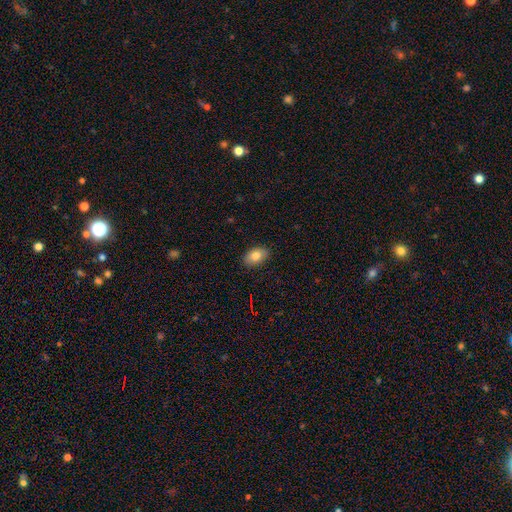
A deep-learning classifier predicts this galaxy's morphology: type=smooth (83%); roundness=in between (89%); merging=none (87%).